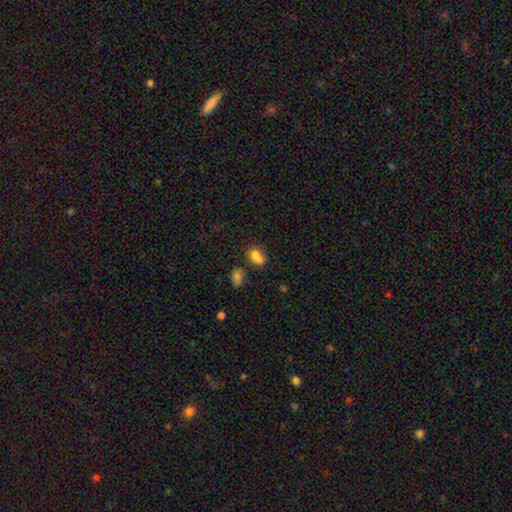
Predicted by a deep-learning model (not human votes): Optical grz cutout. It shows a smooth galaxy with no disk features (75%) that is in between round and cigar-shaped (60%). Merging: merger (54%).